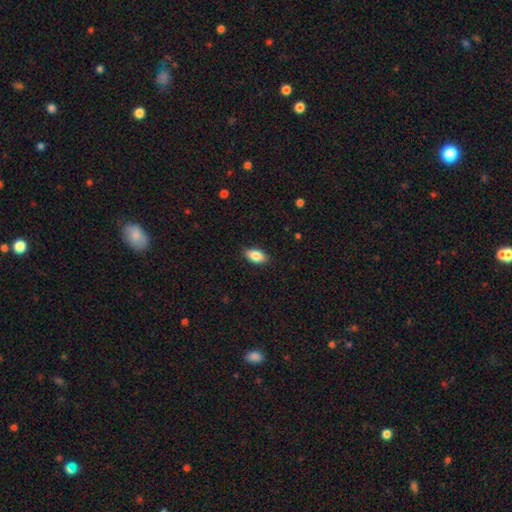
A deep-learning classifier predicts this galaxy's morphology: type=smooth (85%); roundness=in between (91%); merging=none (87%).